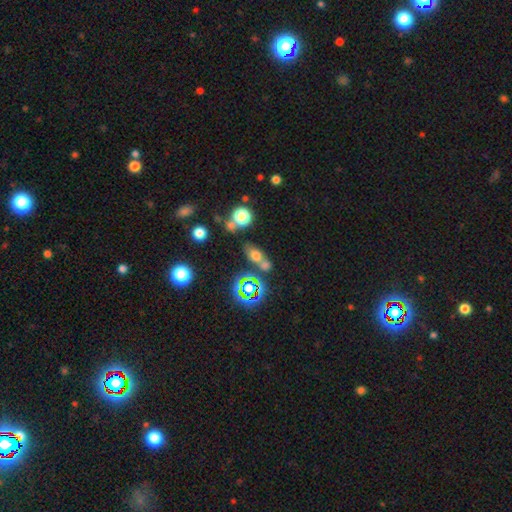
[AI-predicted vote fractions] This is likely a smooth galaxy (61%). How rounded: likely in between (68%). Merging: possibly none (52%).